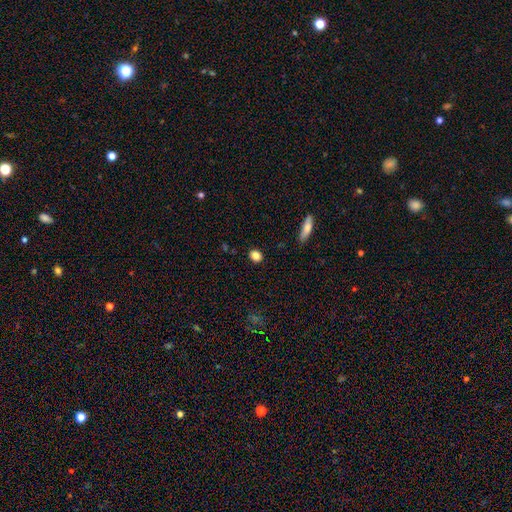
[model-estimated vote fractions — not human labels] smooth-or-featured: smooth: 84% | star or artifact: 10% | featured or disk: 6%
  how-rounded: round: 53% | in between: 45% | cigar-shaped: 2%
  merging: none: 88% | minor disturbance: 8% | major disturbance: 2% | merger: 1%